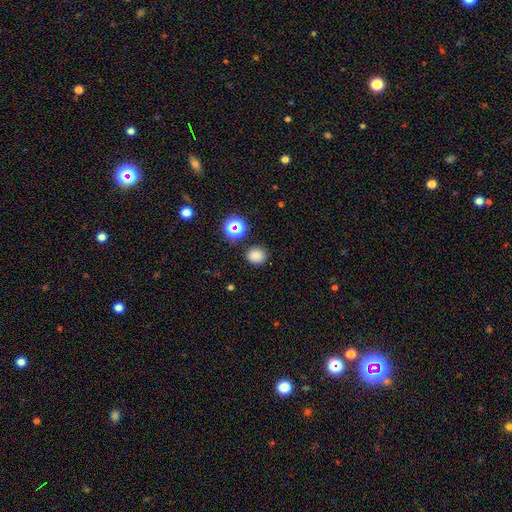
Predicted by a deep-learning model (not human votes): Overall: smooth (78%). How rounded: round (80%). Merging: none (87%).